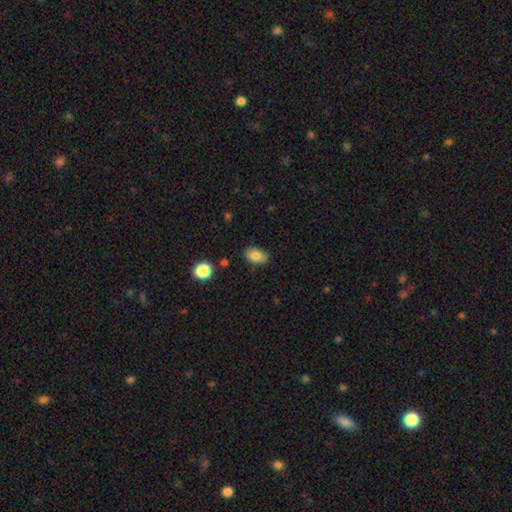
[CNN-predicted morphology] The model was most divided on "merging": none: 83%, minor disturbance: 13%, major disturbance: 3%, merger: 2%. More confident: how rounded — in between (88%); smooth or featured — smooth (81%).